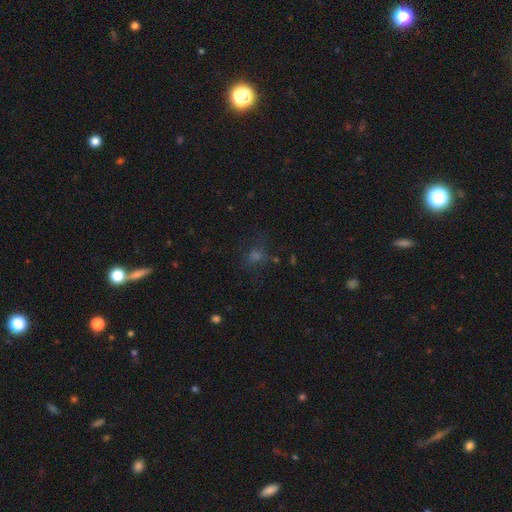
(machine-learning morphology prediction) A smooth galaxy with no disk features (45%).

Vote fractions:
- Smooth or featured? smooth: 45% / star or artifact: 40% / featured or disk: 15%
- Merging? none: 67% / minor disturbance: 17% / major disturbance: 13% / merger: 4%